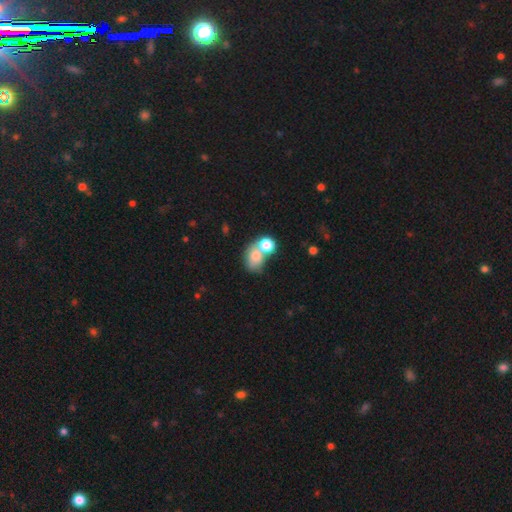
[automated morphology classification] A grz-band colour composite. It shows a smooth galaxy with no disk features (74%) that is in between round and cigar-shaped (58%). Merging: merger (56%).